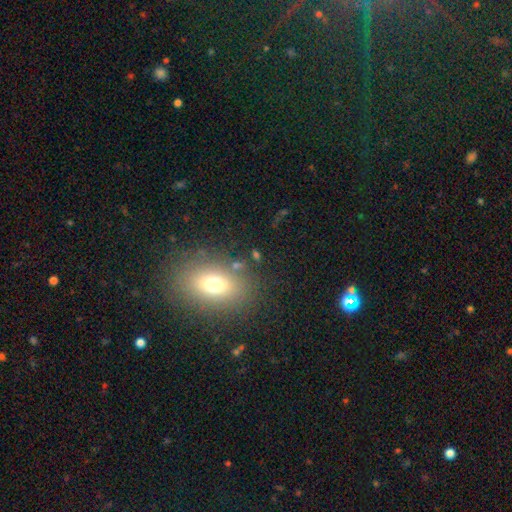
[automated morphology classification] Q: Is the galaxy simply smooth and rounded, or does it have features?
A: smooth — 64%.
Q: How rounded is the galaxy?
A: in between — 69%.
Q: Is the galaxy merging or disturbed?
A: none — 80%.